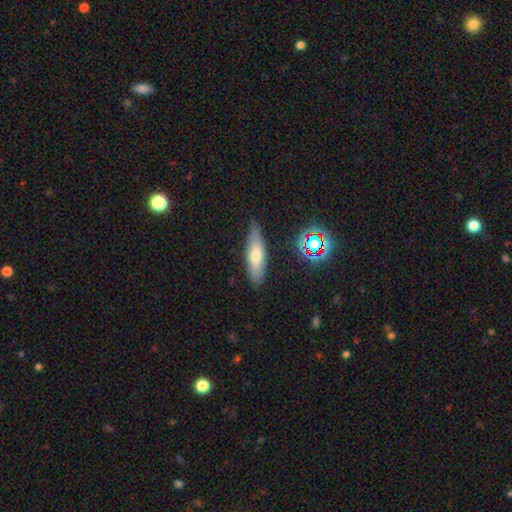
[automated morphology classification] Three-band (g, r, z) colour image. It shows a smooth galaxy with no disk features (58%) that is cigar-shaped (57%). Merging: none (80%).